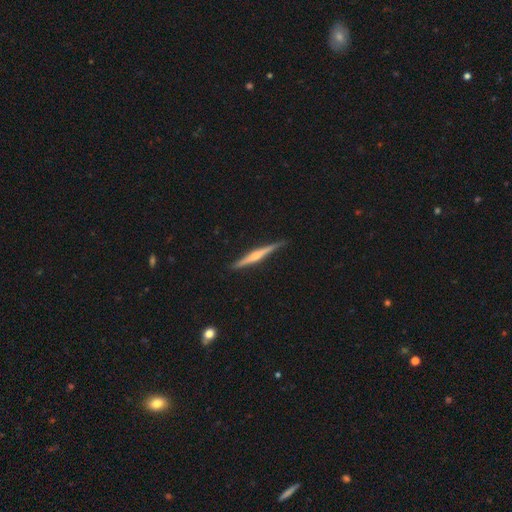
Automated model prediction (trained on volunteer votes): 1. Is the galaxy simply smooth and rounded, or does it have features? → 73% featured or disk, 22% smooth, 5% star or artifact.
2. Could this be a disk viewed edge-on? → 98% yes, 2% no.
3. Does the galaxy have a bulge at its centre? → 80% rounded, 13% none, 7% boxy.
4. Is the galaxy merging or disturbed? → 87% none, 10% minor disturbance, 2% major disturbance, 1% merger.